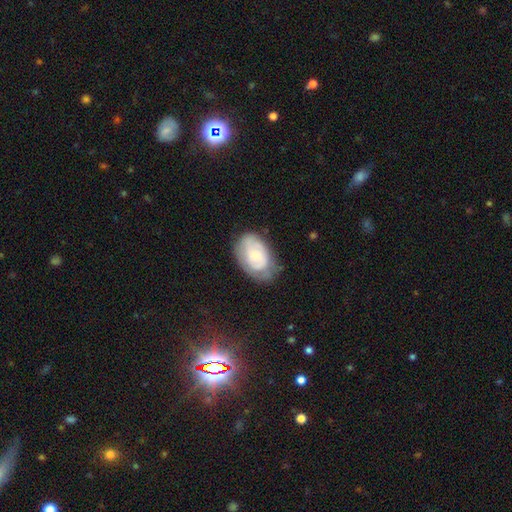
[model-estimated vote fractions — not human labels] A featured or disk galaxy (47%).

Vote fractions:
- Smooth or featured? featured or disk: 47% / smooth: 46% / star or artifact: 7%
- Merging? none: 59% / minor disturbance: 28% / major disturbance: 11% / merger: 2%